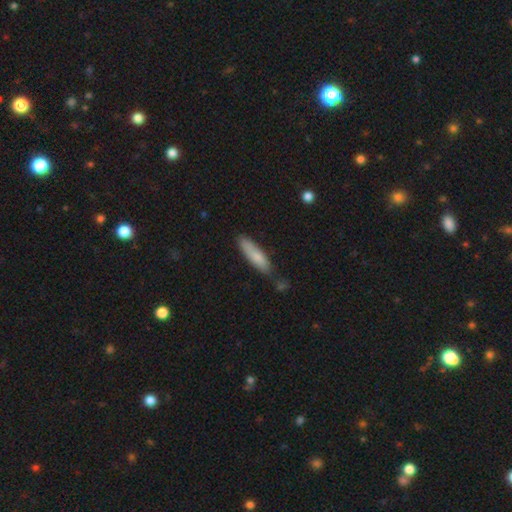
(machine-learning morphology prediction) Smooth or featured? smooth (80%)
How rounded? cigar-shaped (71%)
Merging? none (74%)